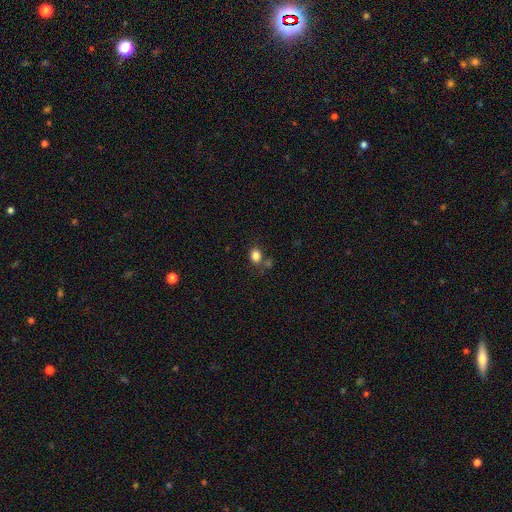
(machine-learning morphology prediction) smooth-or-featured: smooth: 83% | star or artifact: 12% | featured or disk: 5%
  how-rounded: in between: 50% | round: 49% | cigar-shaped: 1%
  merging: none: 70% | minor disturbance: 13% | merger: 13% | major disturbance: 5%